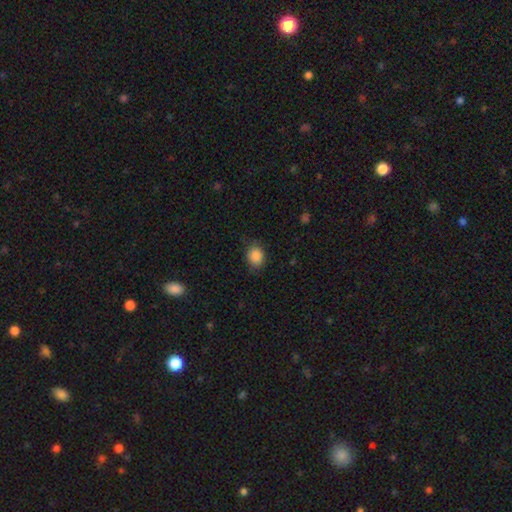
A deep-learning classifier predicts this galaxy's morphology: Smooth or featured: smooth — 87% (star or artifact — 9%)
How rounded: round — 54% (in between — 45%)
Merging: none — 77% (minor disturbance — 18%)